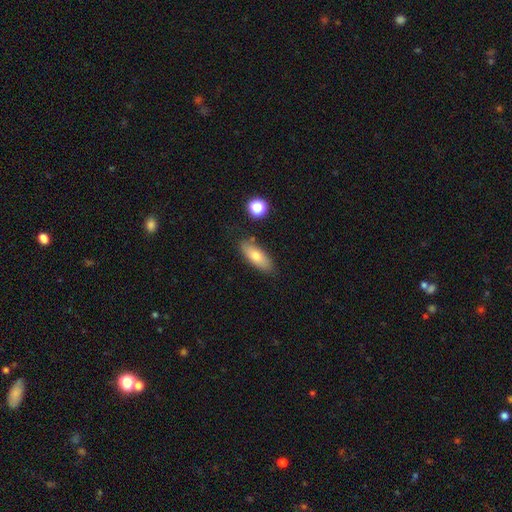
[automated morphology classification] The model was most divided on "how rounded": in between: 71%, cigar-shaped: 25%, round: 3%. More confident: merging — none (81%); smooth or featured — smooth (71%).